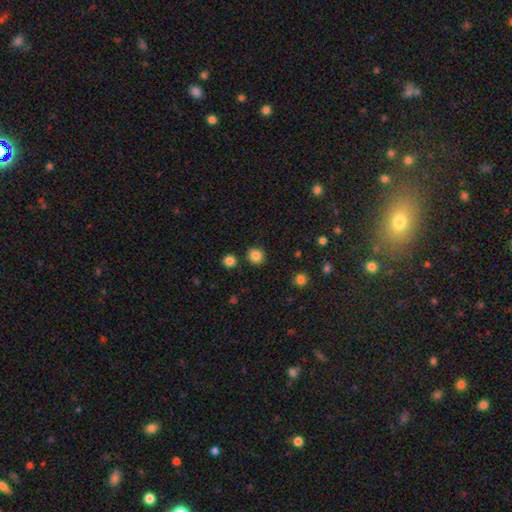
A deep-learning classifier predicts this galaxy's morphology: Smooth or featured? Predicted: smooth (p=0.85). How rounded? Predicted: round (p=0.93). Merging? Predicted: none (p=0.88).